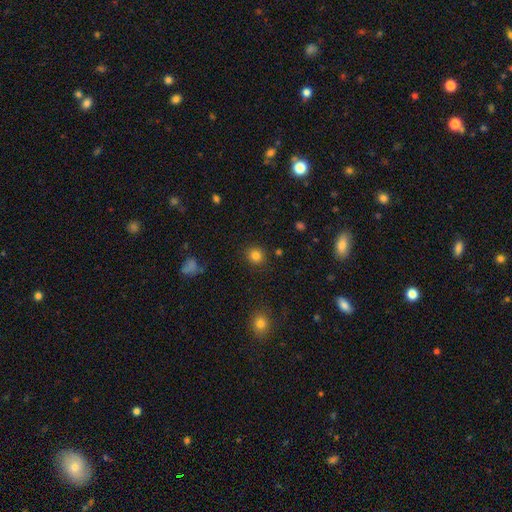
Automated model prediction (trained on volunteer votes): This appears to be a smooth galaxy with no disk features (82%) that is round (89%). Merging: none (89%).